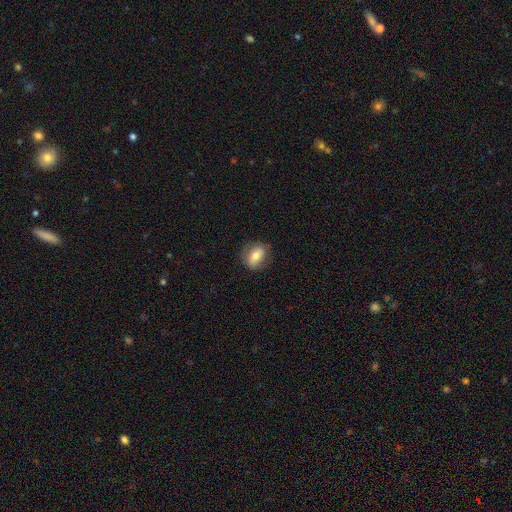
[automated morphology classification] type=smooth (69%); roundness=in between (66%); merging=none (78%).